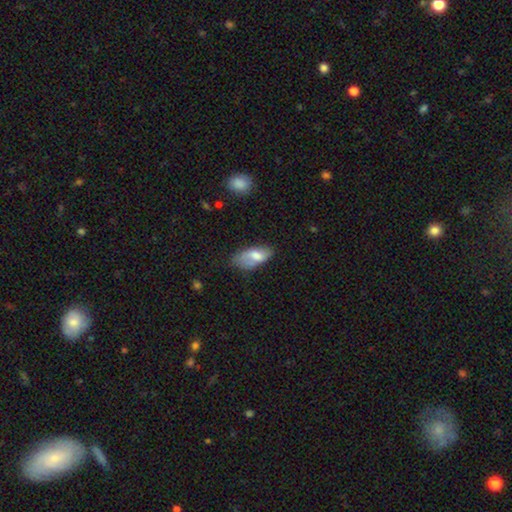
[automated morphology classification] smooth_or_featured: smooth (p=0.69) [alt: featured or disk p=0.24]
how_rounded: in between (p=0.89) [alt: cigar-shaped p=0.07]
merging: none (p=0.44) [alt: minor disturbance p=0.35]